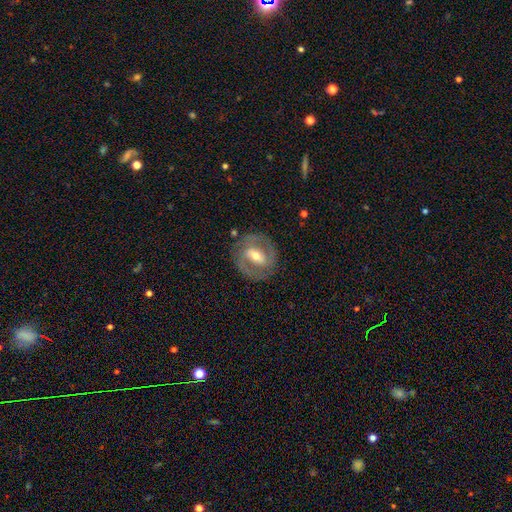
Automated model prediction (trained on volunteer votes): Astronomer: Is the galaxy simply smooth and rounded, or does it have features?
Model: featured or disk — 77%.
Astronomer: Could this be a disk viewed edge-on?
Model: no — 95%.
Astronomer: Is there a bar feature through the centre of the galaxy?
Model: strong — 44% (runner-up: weak, 37%).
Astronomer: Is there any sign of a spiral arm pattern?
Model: yes — 73%.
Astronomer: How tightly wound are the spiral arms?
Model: tight — 47% (runner-up: medium, 41%).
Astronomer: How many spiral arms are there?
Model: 2 — 81%.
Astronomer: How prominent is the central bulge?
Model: moderate — 62%.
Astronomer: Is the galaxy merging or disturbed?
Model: none — 82%.